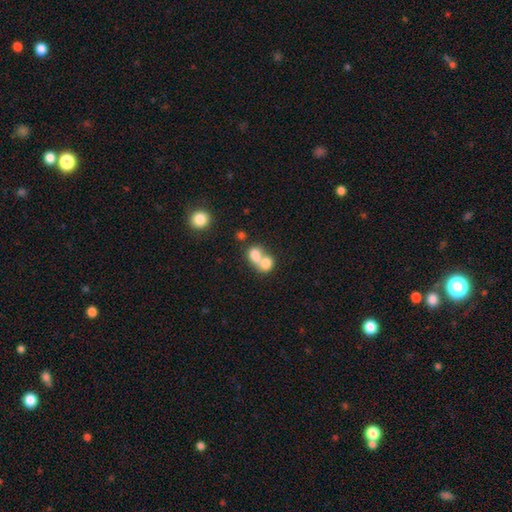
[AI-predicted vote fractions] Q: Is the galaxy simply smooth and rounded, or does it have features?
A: smooth — 75%.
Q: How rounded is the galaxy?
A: in between — 54%.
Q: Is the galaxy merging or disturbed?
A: merger — 72%.